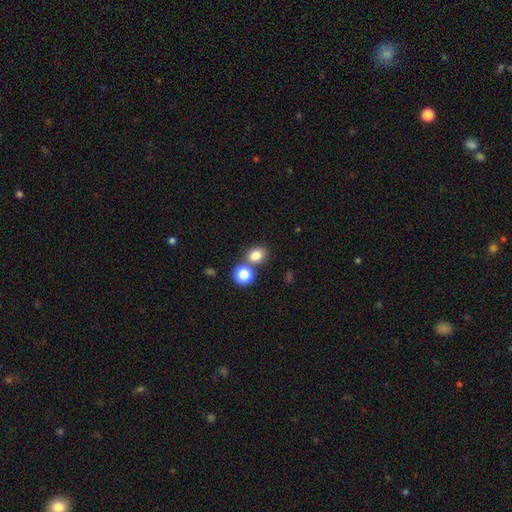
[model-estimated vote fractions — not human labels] Overall: smooth (81%). How rounded: round (57%; in between 42%). Merging: none (65%).